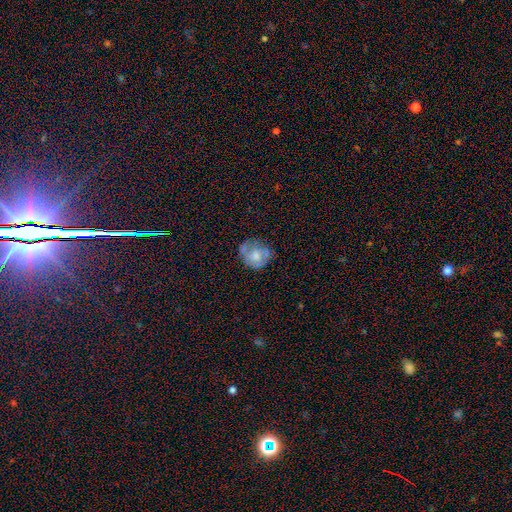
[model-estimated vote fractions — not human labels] Q: Smooth or featured?
A: featured or disk (46%); tied with: smooth (46%)
Q: Merging?
A: none (62%); runner-up: minor disturbance (24%)